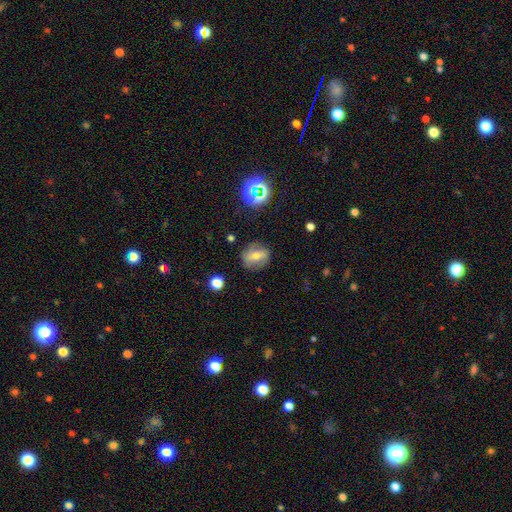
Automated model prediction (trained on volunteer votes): A smooth galaxy with no disk features (55%) that is round (64%).

Vote fractions:
- Smooth or featured? smooth: 55% / featured or disk: 32% / star or artifact: 13%
- How rounded? round: 64% / in between: 34% / cigar-shaped: 2%
- Merging? none: 78% / minor disturbance: 15% / major disturbance: 5% / merger: 2%